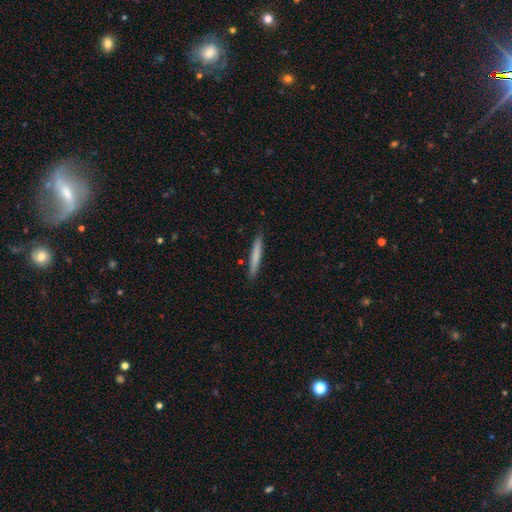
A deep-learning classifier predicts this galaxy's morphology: A smooth galaxy with no disk features (74%) that is cigar-shaped (95%). Merging: none (89%).